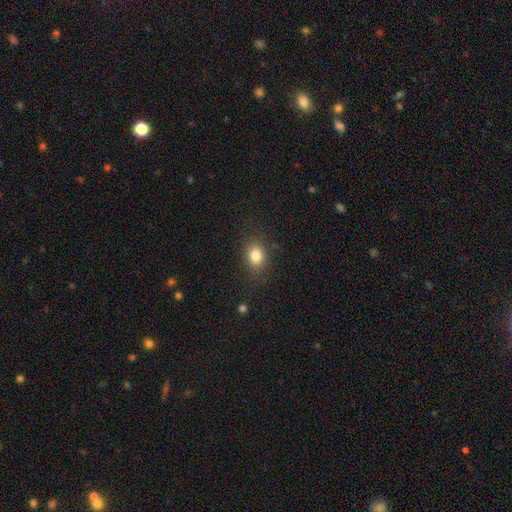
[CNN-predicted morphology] This is clearly a smooth galaxy (82%). How rounded: possibly in between (53%). Merging: clearly none (83%).